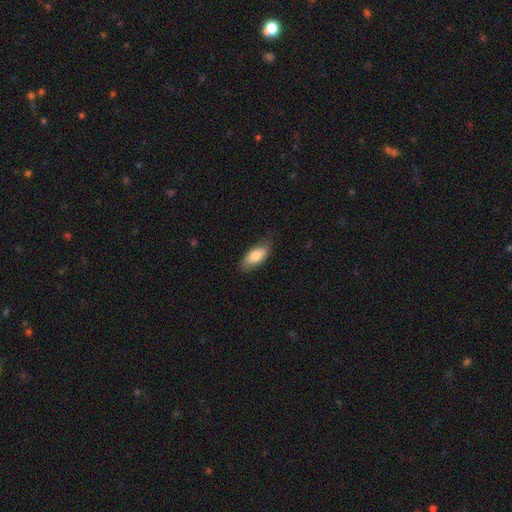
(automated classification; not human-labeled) A smooth galaxy with no disk features (78%) that is in between round and cigar-shaped (86%).

Vote fractions:
- Smooth or featured? smooth: 78% / featured or disk: 16% / star or artifact: 6%
- How rounded? in between: 86% / cigar-shaped: 12% / round: 2%
- Merging? none: 77% / minor disturbance: 19% / major disturbance: 3% / merger: 1%